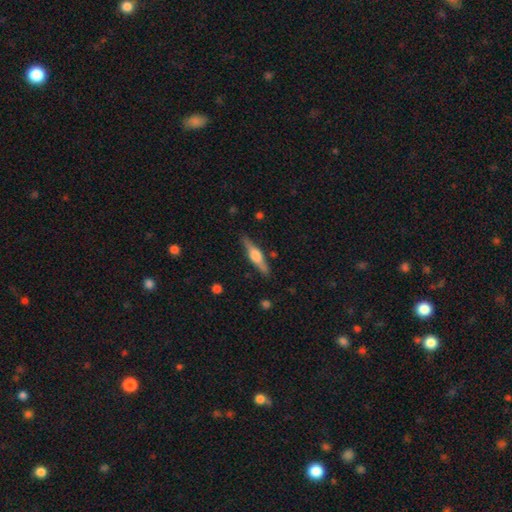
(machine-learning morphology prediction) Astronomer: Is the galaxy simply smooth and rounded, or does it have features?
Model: featured or disk — 67%.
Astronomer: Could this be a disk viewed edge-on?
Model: yes — 97%.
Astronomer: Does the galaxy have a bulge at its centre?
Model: rounded — 86%.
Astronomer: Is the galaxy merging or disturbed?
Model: none — 87%.